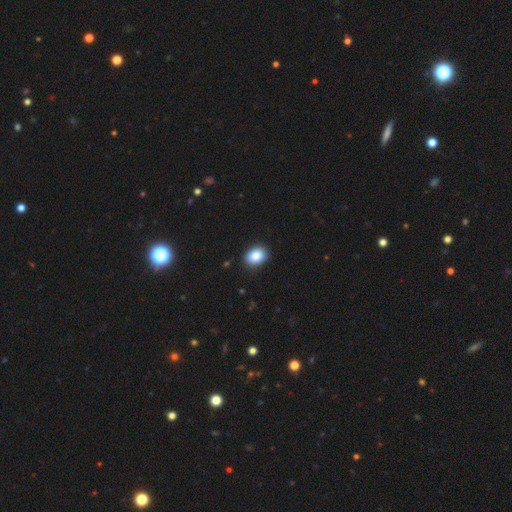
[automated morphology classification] Smooth or featured? smooth (86%)
How rounded? in between (67%)
Merging? none (89%)